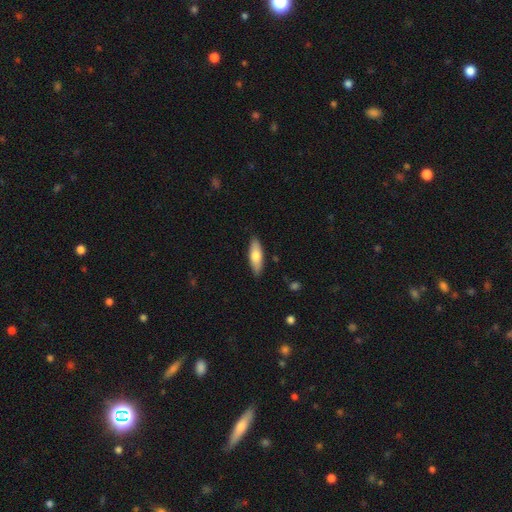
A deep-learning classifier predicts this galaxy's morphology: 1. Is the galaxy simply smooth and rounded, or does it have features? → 70% smooth, 25% featured or disk, 6% star or artifact.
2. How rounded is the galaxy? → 59% in between, 39% cigar-shaped, 2% round.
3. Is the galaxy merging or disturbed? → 88% none, 9% minor disturbance, 2% major disturbance, 1% merger.